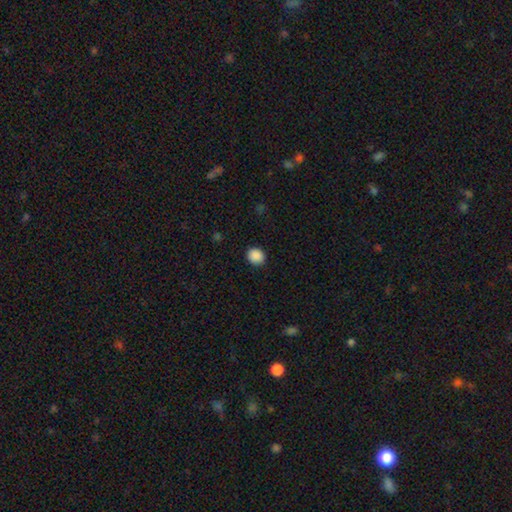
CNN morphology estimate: type=smooth (89%); roundness=round (72%); merging=none (91%).